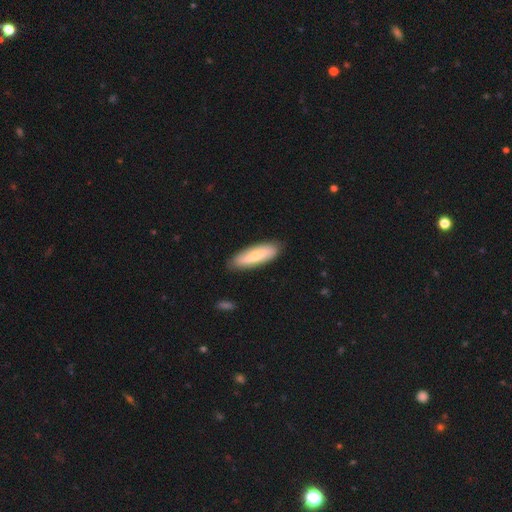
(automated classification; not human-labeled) smooth 55%, featured or disk 40%, star or artifact 5%. Down the decision tree: how rounded — in between (53%); merging — none (86%).